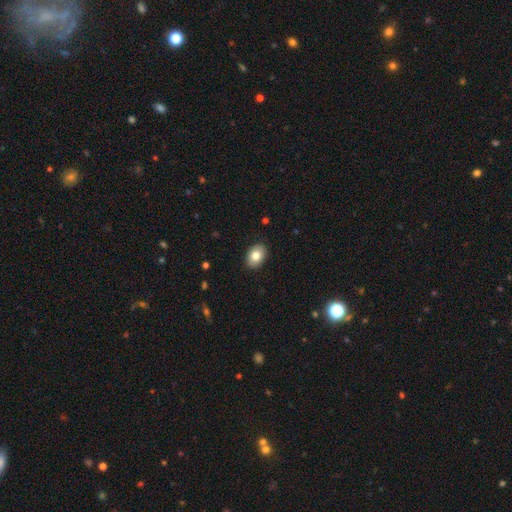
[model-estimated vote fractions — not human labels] smooth_or_featured: smooth (p=0.81) [alt: featured or disk p=0.11]
how_rounded: in between (p=0.79) [alt: round p=0.20]
merging: none (p=0.90) [alt: minor disturbance p=0.08]